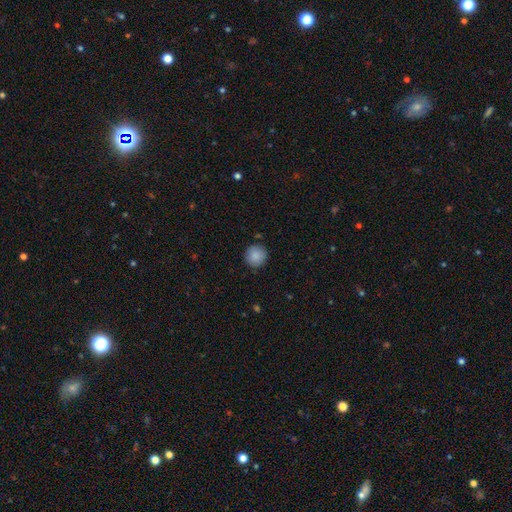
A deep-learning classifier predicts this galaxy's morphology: Smooth or featured? smooth (88%)
How rounded? round (93%)
Merging? none (88%)